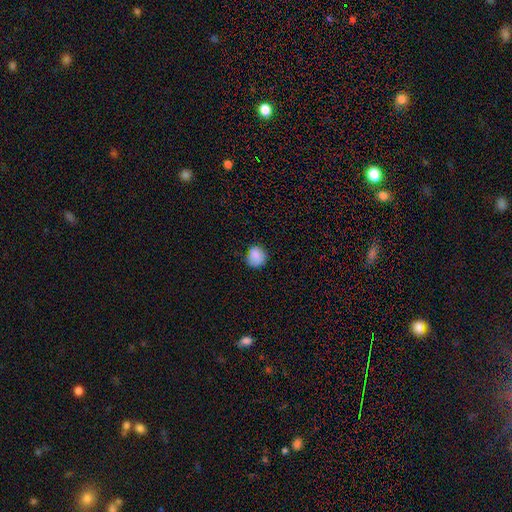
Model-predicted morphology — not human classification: This appears to be a smooth galaxy with no disk features (86%) that is round (83%). Merging: none (72%).